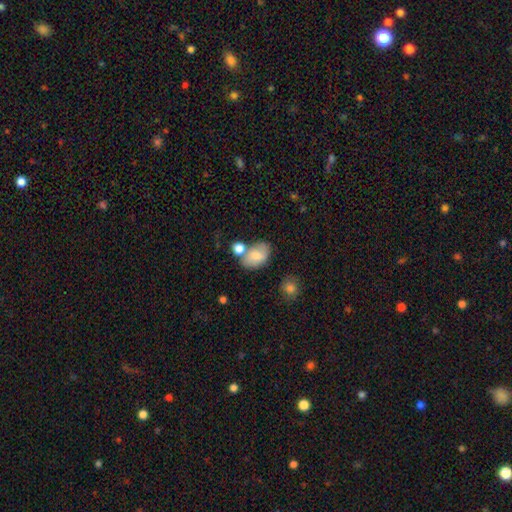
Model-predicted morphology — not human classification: Q: Smooth or featured?
A: smooth (68%); runner-up: featured or disk (24%)
Q: How rounded?
A: in between (81%); runner-up: round (17%)
Q: Merging?
A: none (54%); runner-up: merger (22%)